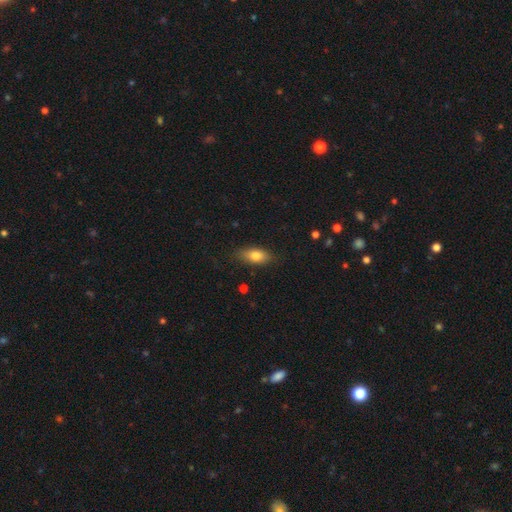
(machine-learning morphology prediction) Smooth or featured?
  - smooth: 78% *
  - featured or disk: 15%
  - star or artifact: 7%
How rounded?
  - in between: 81% *
  - cigar-shaped: 15%
  - round: 4%
Merging?
  - none: 81% *
  - minor disturbance: 15%
  - major disturbance: 3%
  - merger: 1%